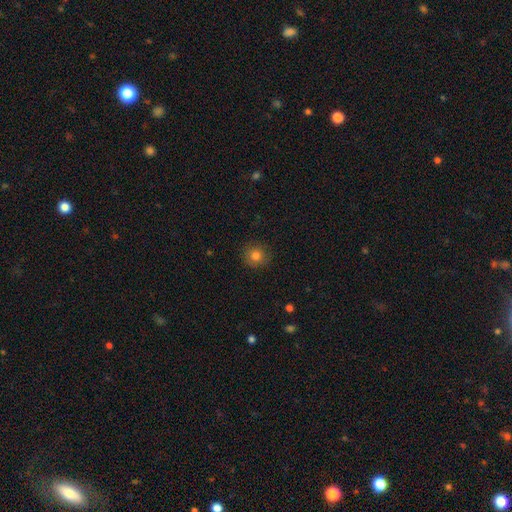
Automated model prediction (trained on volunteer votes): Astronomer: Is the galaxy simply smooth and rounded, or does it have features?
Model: smooth — 80%.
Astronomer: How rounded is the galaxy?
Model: round — 91%.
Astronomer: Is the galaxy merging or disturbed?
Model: none — 88%.